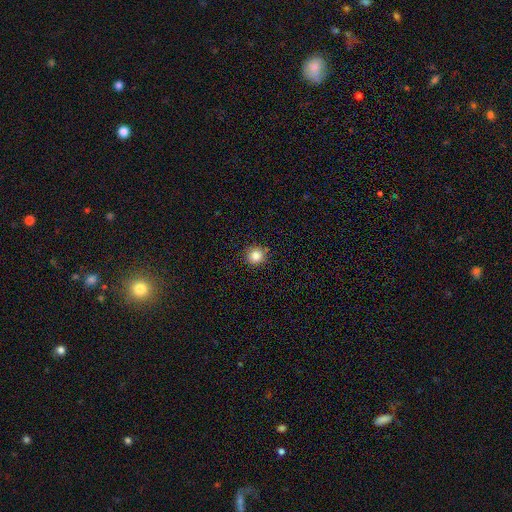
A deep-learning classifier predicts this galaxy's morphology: Q: Smooth or featured?
A: smooth (84%); runner-up: star or artifact (11%)
Q: How rounded?
A: round (93%); runner-up: in between (6%)
Q: Merging?
A: none (86%); runner-up: minor disturbance (9%)